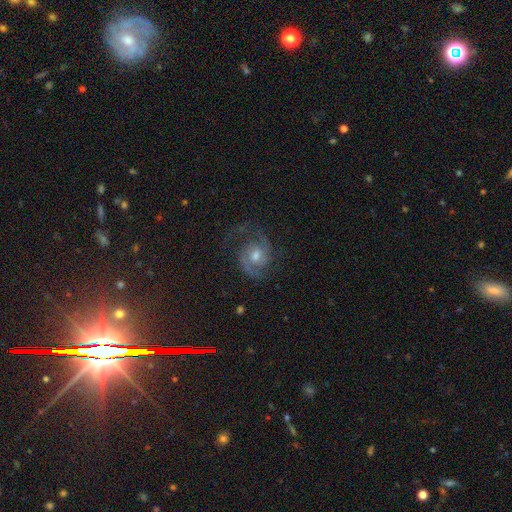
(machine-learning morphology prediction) A featured or disk galaxy (84%) with no bar (64%), 2 (83%) medium (54%) spiral arms (97%) and a moderate central bulge (63%).

Vote fractions:
- Smooth or featured? featured or disk: 84% / star or artifact: 8% / smooth: 8%
- Edge-on disk? no: 98% / yes: 2%
- Bar? no: 64% / weak: 31% / strong: 6%
- Spiral arms? yes: 97% / no: 3%
- Spiral winding? medium: 54% / tight: 29% / loose: 17%
- Spiral arm count? 2: 83% / can't tell: 6% / 3: 5% / 1: 3% / 4: 2% / more than 4: 2%
- Bulge size? moderate: 63% / small: 29% / large: 6% / none: 2% / dominant: 1%
- Merging? none: 70% / minor disturbance: 16% / major disturbance: 12% / merger: 1%